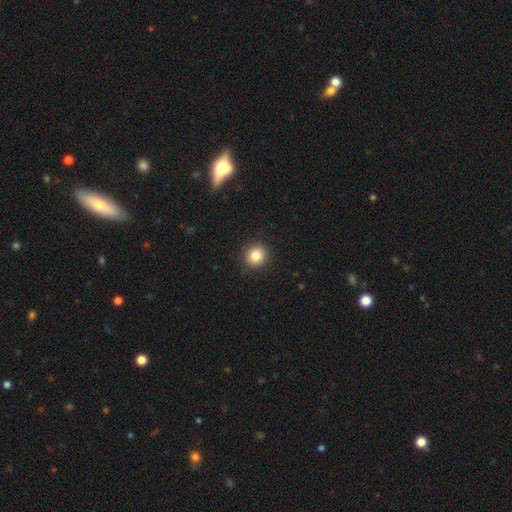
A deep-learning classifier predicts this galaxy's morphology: This is clearly a smooth galaxy (85%). How rounded: clearly round (89%). Merging: clearly none (91%).